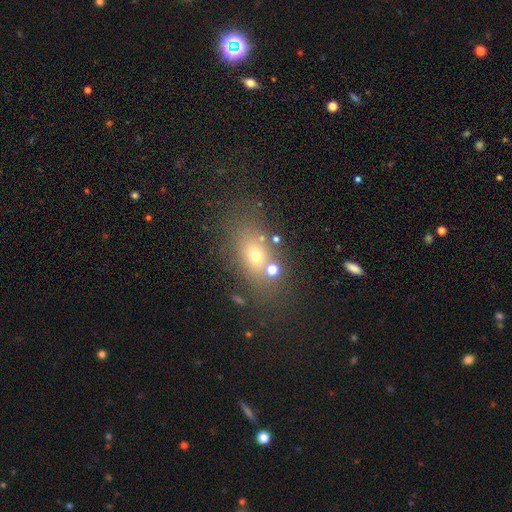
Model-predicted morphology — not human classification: smooth 62%, featured or disk 19%, star or artifact 19%. Down the decision tree: how rounded — in between (67%); merging — none (65%).